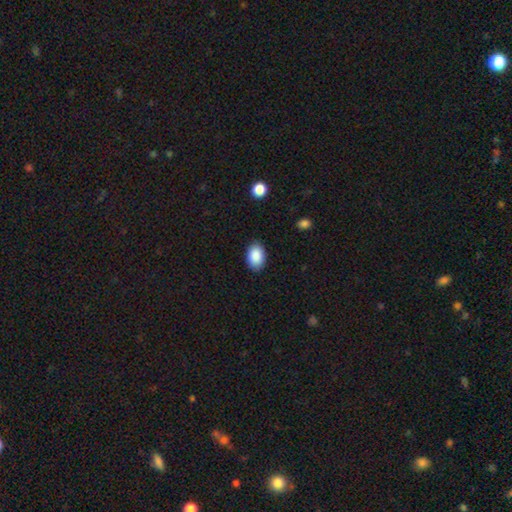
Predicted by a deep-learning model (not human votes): The model was most divided on "how rounded": in between: 87%, round: 12%, cigar-shaped: 1%. More confident: smooth or featured — smooth (90%); merging — none (86%).